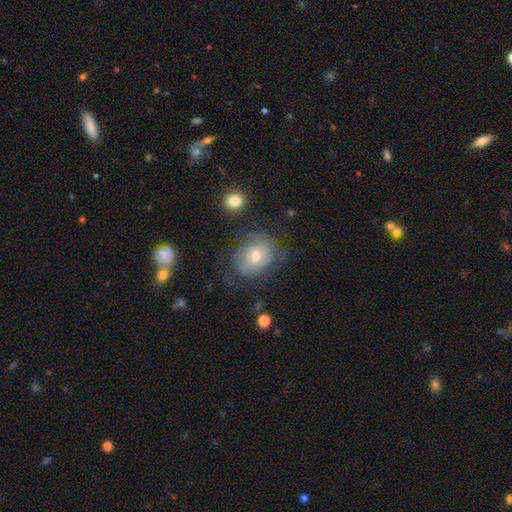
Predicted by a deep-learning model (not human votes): The model was most divided on "how rounded": in between: 54%, round: 45%, cigar-shaped: 1%. More confident: merging — none (55%); smooth or featured — smooth (50%).